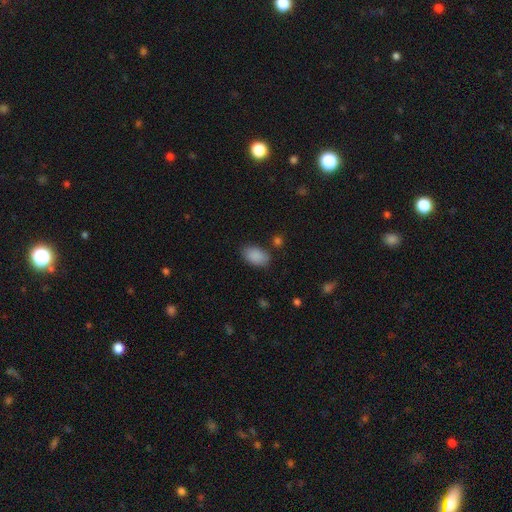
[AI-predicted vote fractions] This is clearly a smooth galaxy (89%). How rounded: clearly in between (91%). Merging: likely none (78%).